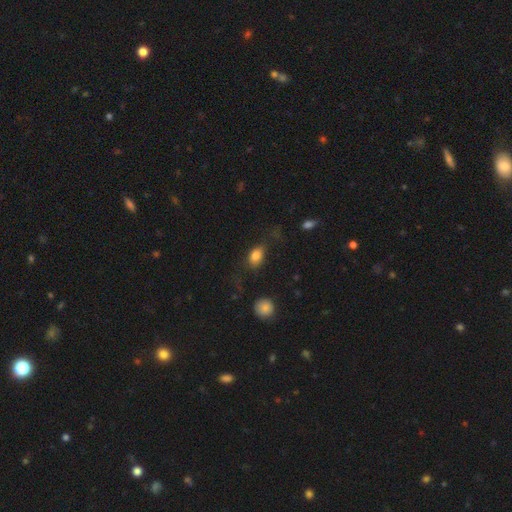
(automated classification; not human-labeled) Smooth or featured? smooth (81%)
How rounded? in between (81%)
Merging? none (62%)